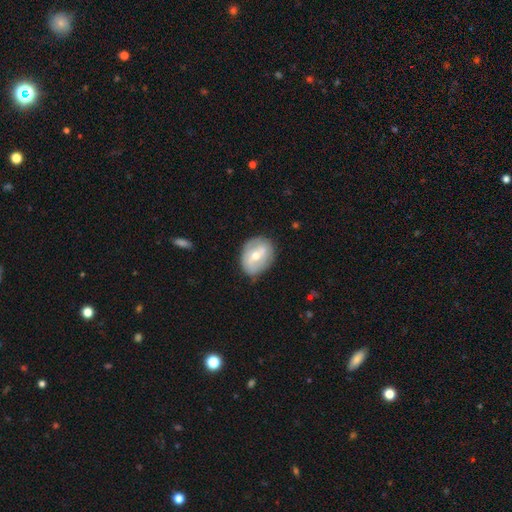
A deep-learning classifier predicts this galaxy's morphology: Smooth or featured? featured or disk (56%)
Edge-on disk? no (93%)
Bar? weak (40%)
Spiral arms? no (54%)
Bulge size? moderate (61%)
Merging? none (76%)